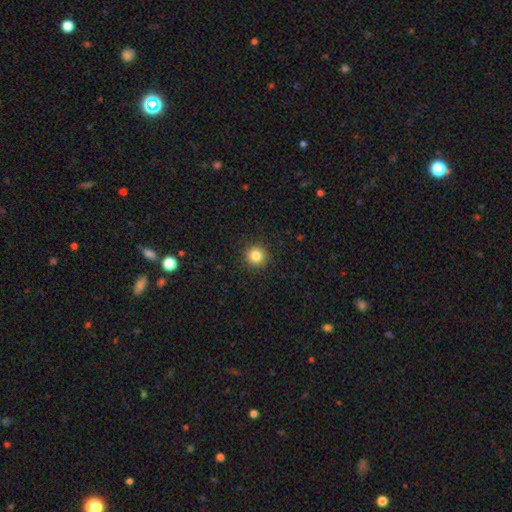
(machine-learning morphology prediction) The model was most divided on "smooth or featured": smooth: 84%, star or artifact: 11%, featured or disk: 5%. More confident: how rounded — round (95%); merging — none (92%).